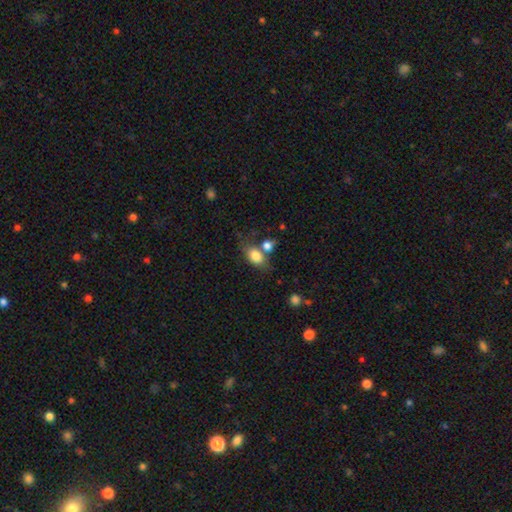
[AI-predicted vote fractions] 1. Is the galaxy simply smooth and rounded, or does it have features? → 82% smooth, 9% featured or disk, 9% star or artifact.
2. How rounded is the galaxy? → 81% in between, 17% round, 2% cigar-shaped.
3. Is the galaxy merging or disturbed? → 49% none, 28% merger, 16% minor disturbance, 6% major disturbance.